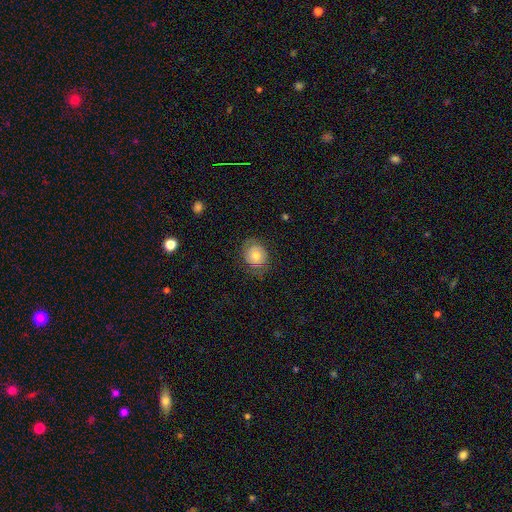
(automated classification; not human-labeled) This is likely a smooth galaxy (63%). How rounded: likely round (72%). Merging: likely none (74%).